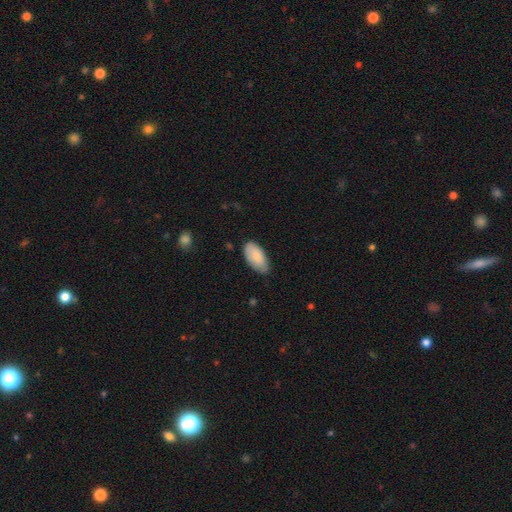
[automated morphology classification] Overall: smooth (82%). How rounded: in between (95%). Merging: none (70%).